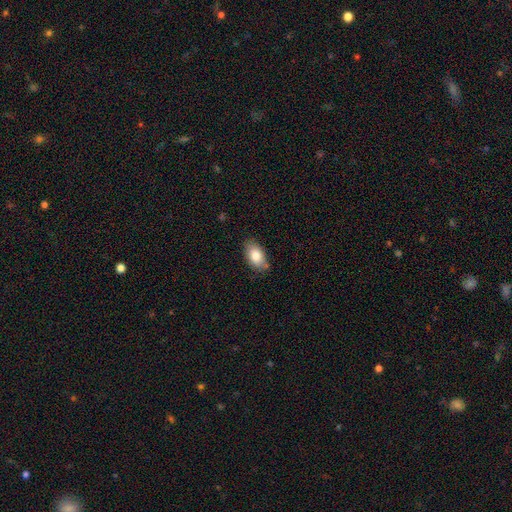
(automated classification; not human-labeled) Smooth or featured? Predicted: smooth (p=0.83). How rounded? Predicted: in between (p=0.92). Merging? Predicted: none (p=0.79).